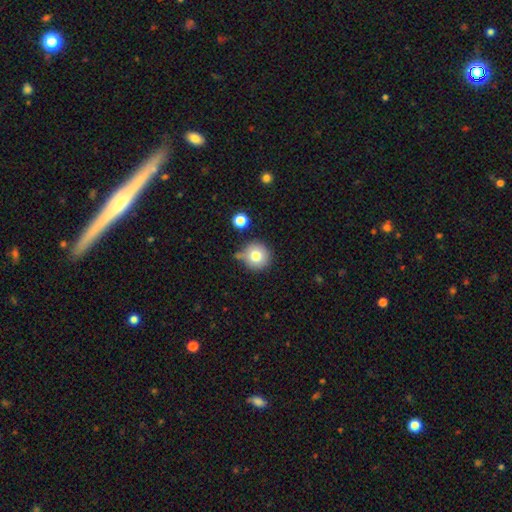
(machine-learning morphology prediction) Q: Smooth or featured?
A: smooth (78%); runner-up: featured or disk (12%)
Q: How rounded?
A: round (93%); runner-up: in between (6%)
Q: Merging?
A: none (69%); runner-up: minor disturbance (17%)